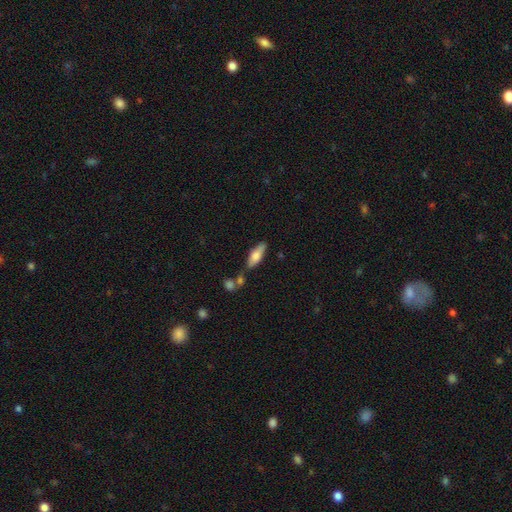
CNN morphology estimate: Smooth or featured? Predicted: smooth (p=0.67). How rounded? Predicted: in between (p=0.52). Merging? Predicted: none (p=0.69).